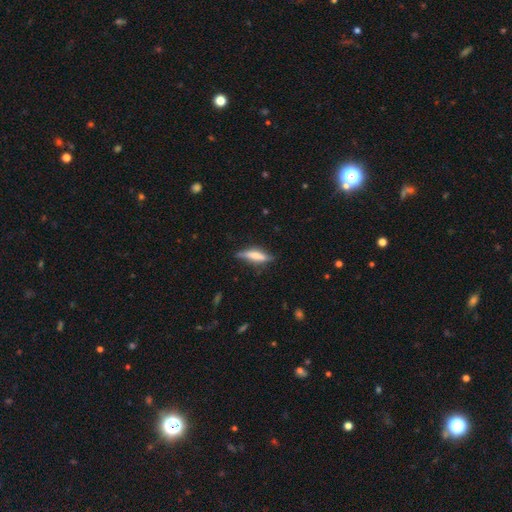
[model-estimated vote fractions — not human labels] A smooth galaxy with no disk features (55%) that is cigar-shaped (71%). Merging: none (73%).